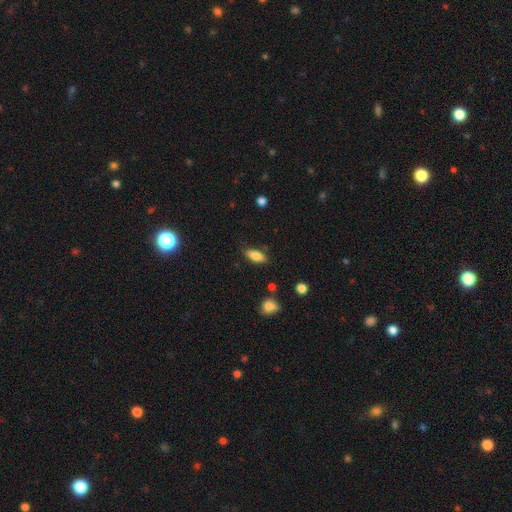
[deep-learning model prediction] A smooth galaxy with no disk features (80%) that is in between round and cigar-shaped (78%). Merging: none (79%).